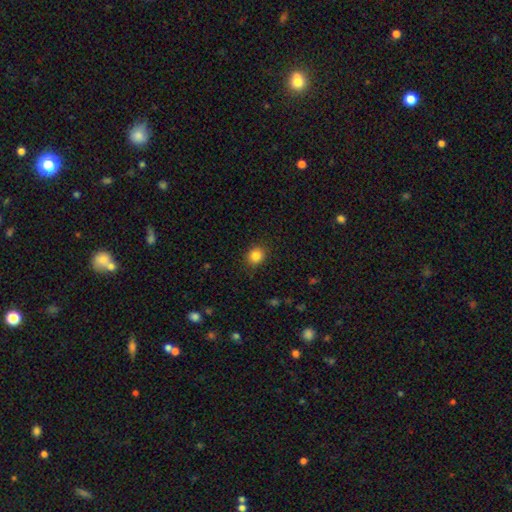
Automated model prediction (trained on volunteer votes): This is clearly a smooth galaxy (84%). How rounded: likely round (77%). Merging: clearly none (89%).